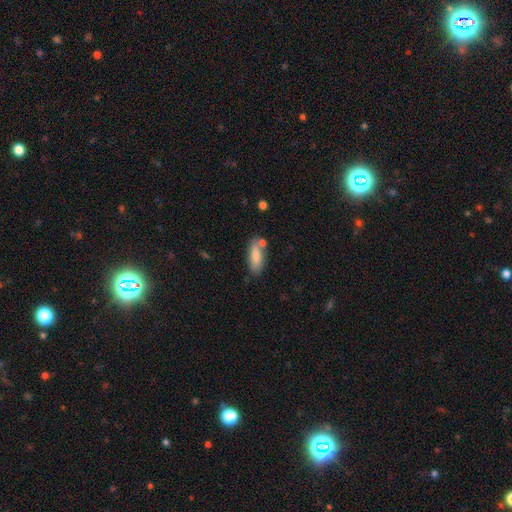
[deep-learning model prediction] smooth 78%, featured or disk 15%, star or artifact 7%. Down the decision tree: how rounded — in between (68%); merging — none (67%).